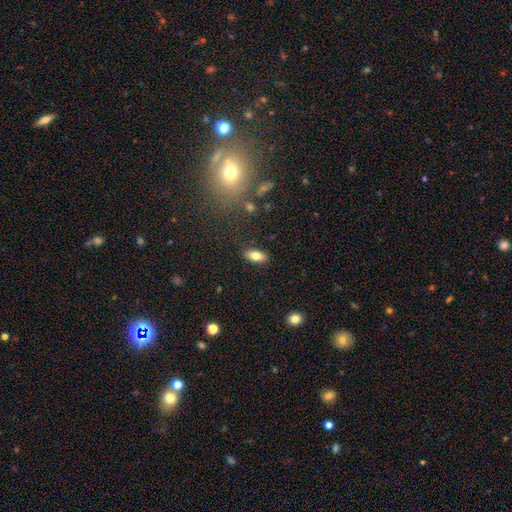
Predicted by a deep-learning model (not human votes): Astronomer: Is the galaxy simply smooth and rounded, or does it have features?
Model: smooth — 78%.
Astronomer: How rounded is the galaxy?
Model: in between — 86%.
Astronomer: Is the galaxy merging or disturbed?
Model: none — 86%.